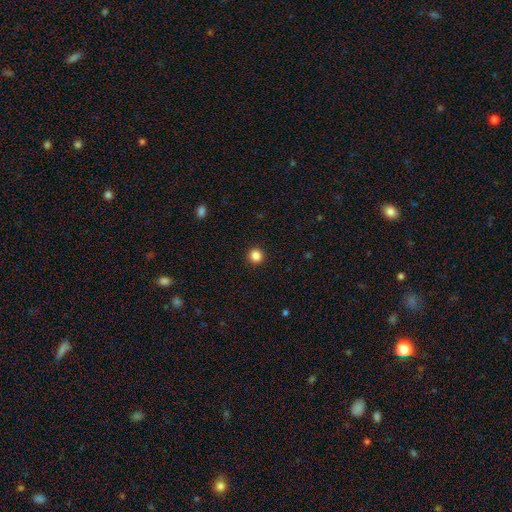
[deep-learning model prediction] smooth 86%, star or artifact 11%, featured or disk 3%. Down the decision tree: how rounded — round (95%); merging — none (93%).